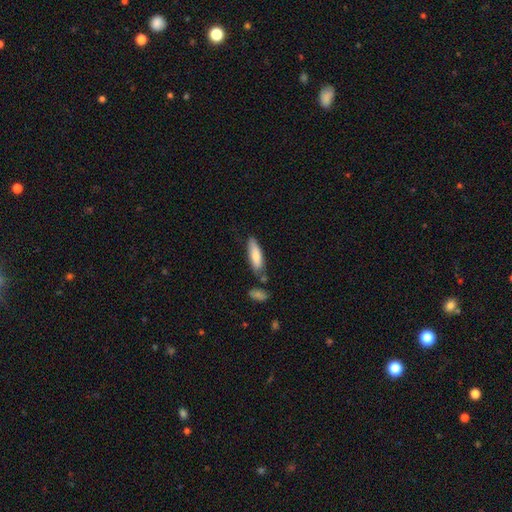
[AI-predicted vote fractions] Q: Smooth or featured?
A: smooth (79%); runner-up: featured or disk (16%)
Q: How rounded?
A: cigar-shaped (56%); runner-up: in between (43%)
Q: Merging?
A: none (67%); runner-up: minor disturbance (19%)